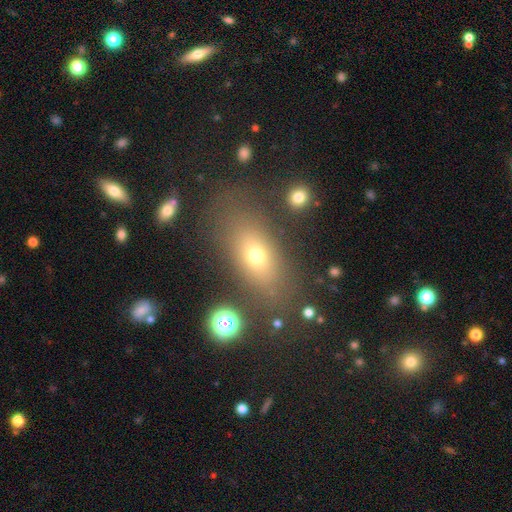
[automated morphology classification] smooth_or_featured: smooth (p=0.65) [alt: featured or disk p=0.19]
how_rounded: in between (p=0.74) [alt: cigar-shaped p=0.14]
merging: none (p=0.78) [alt: minor disturbance p=0.12]